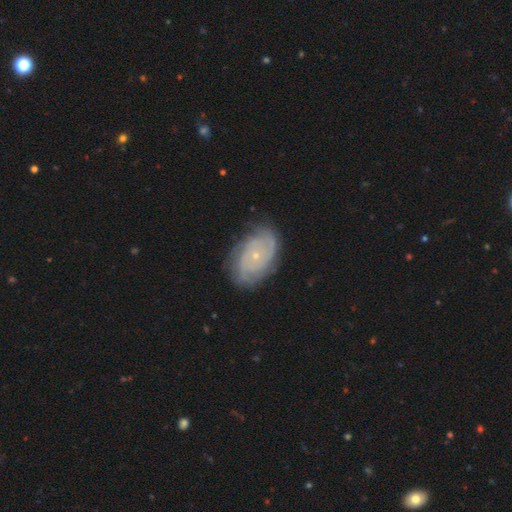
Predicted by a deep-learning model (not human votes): The model was most divided on "spiral arm count": can't tell: 32%, 2: 30%, 3: 17%, 4: 10%, more than 4: 6%, 1: 6%. More confident: edge-on disk — no (97%); spiral arms — yes (94%); smooth or featured — featured or disk (81%); bulge size — small (81%); bar — no (81%); merging — none (78%); spiral winding — tight (71%).